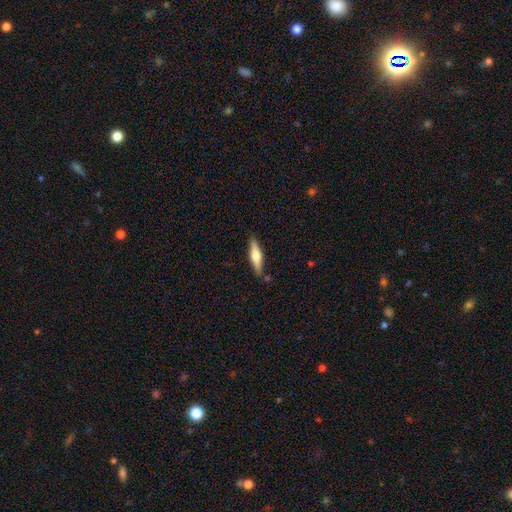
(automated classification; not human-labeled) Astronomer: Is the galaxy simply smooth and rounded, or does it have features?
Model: featured or disk — 49% (runner-up: smooth, 46%).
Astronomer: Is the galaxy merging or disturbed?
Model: none — 85%.